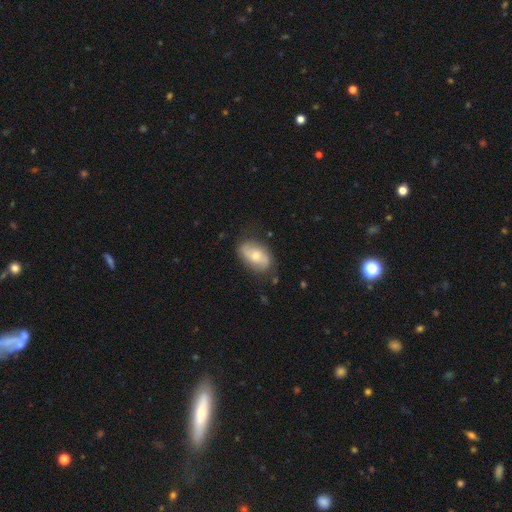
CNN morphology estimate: smooth-or-featured: smooth: 49% | featured or disk: 45% | star or artifact: 6%
  merging: none: 74% | minor disturbance: 18% | major disturbance: 5% | merger: 2%